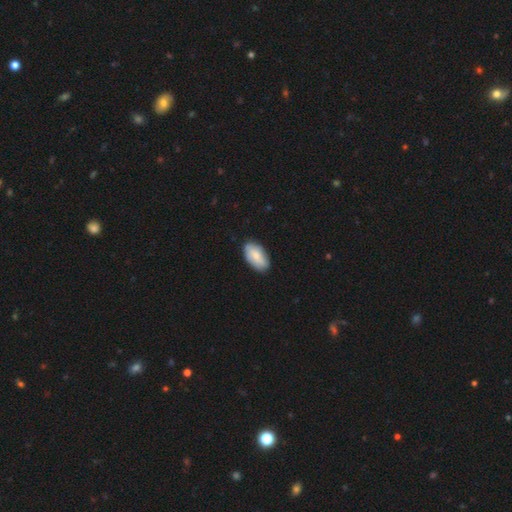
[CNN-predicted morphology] smooth 74%, featured or disk 20%, star or artifact 6%. Down the decision tree: how rounded — in between (94%); merging — none (82%).